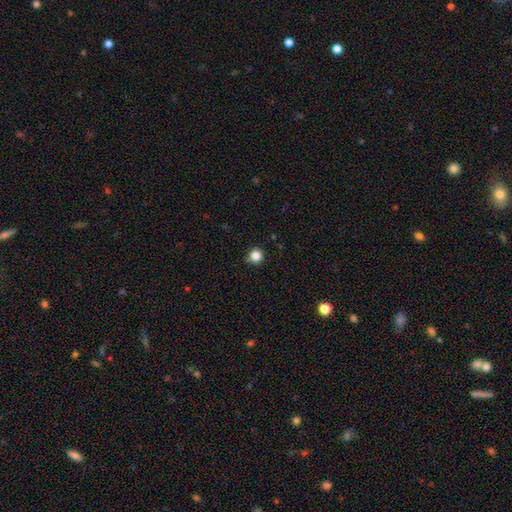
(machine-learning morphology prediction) smooth-or-featured: smooth: 85% | star or artifact: 12% | featured or disk: 4%
  how-rounded: round: 94% | in between: 5% | cigar-shaped: 1%
  merging: none: 90% | minor disturbance: 7% | major disturbance: 2% | merger: 1%